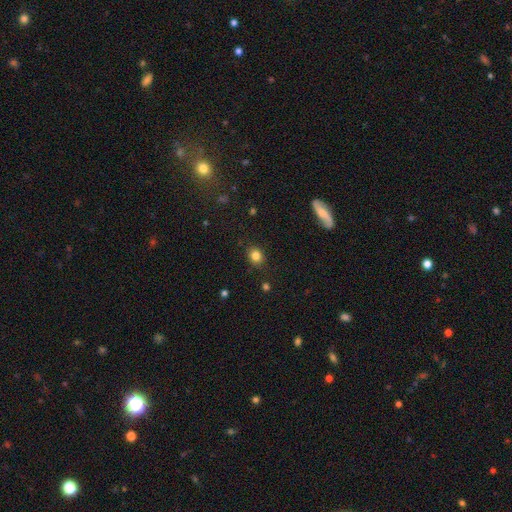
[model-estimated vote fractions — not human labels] This is clearly a smooth galaxy (83%). How rounded: likely round (68%). Merging: clearly none (87%).